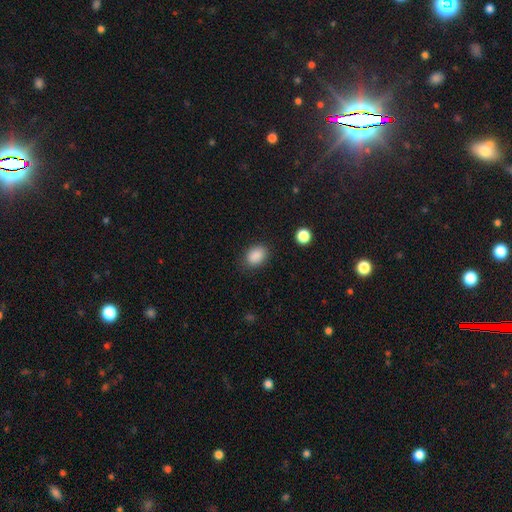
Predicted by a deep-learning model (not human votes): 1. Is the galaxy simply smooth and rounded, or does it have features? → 88% smooth, 9% star or artifact, 3% featured or disk.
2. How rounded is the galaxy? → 74% in between, 25% round, 1% cigar-shaped.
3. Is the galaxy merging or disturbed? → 82% none, 13% minor disturbance, 4% major disturbance, 1% merger.